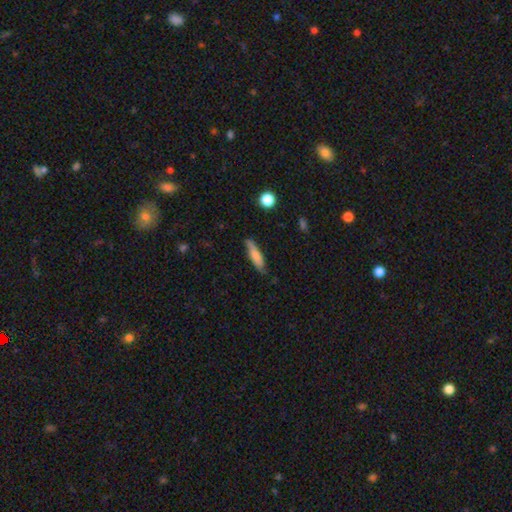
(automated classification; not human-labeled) Smooth or featured?
  - smooth: 73% *
  - featured or disk: 21%
  - star or artifact: 6%
How rounded?
  - cigar-shaped: 77% *
  - in between: 22%
  - round: 2%
Merging?
  - none: 77% *
  - minor disturbance: 18%
  - major disturbance: 3%
  - merger: 2%